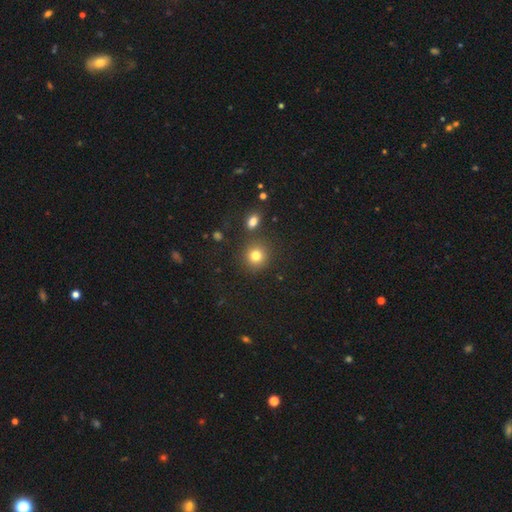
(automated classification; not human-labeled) Morphology: type=smooth (80%); roundness=round (89%); merging=none (82%).